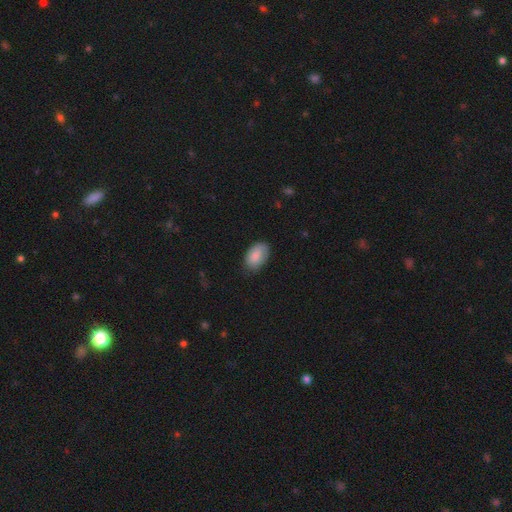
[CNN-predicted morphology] A smooth galaxy with no disk features (85%) that is in between round and cigar-shaped (92%).

Vote fractions:
- Smooth or featured? smooth: 85% / featured or disk: 8% / star or artifact: 6%
- How rounded? in between: 92% / round: 6% / cigar-shaped: 1%
- Merging? none: 73% / minor disturbance: 22% / major disturbance: 4% / merger: 1%